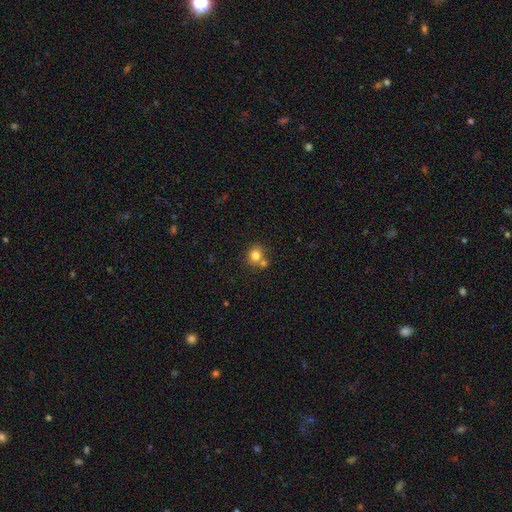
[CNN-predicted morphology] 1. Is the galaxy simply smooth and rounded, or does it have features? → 79% smooth, 12% star or artifact, 9% featured or disk.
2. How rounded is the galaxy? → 83% round, 16% in between, 1% cigar-shaped.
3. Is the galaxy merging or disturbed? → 57% none, 30% merger, 10% minor disturbance, 3% major disturbance.